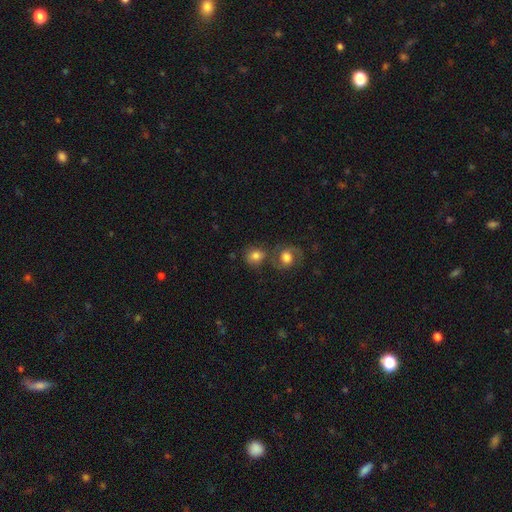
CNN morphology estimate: The model was most divided on "merging": none: 49%, merger: 34%, minor disturbance: 11%, major disturbance: 5%. More confident: how rounded — round (73%); smooth or featured — smooth (71%).